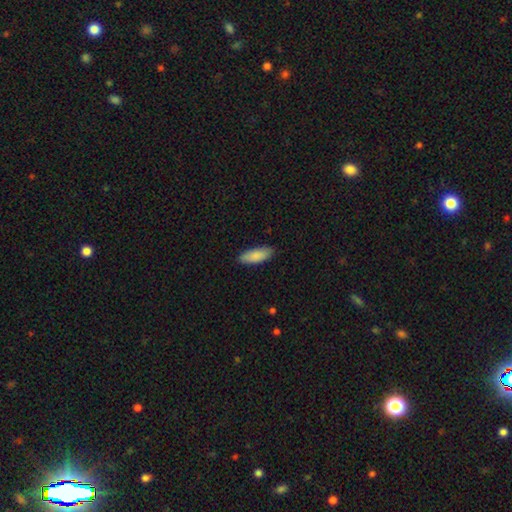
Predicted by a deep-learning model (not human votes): Smooth or featured: smooth — 88% (featured or disk — 7%)
How rounded: in between — 73% (cigar-shaped — 25%)
Merging: none — 86% (minor disturbance — 11%)